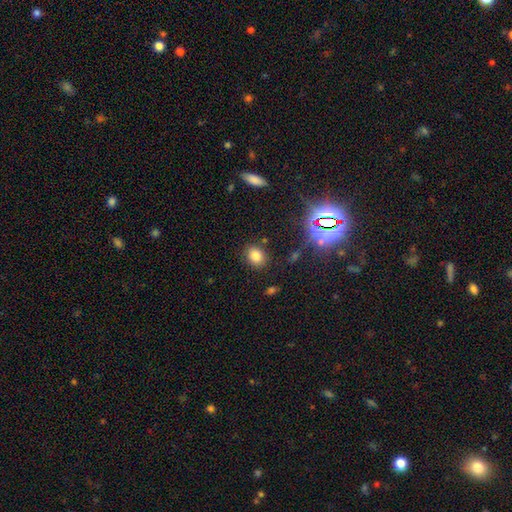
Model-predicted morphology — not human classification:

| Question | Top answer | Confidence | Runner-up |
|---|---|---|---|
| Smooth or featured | smooth | 77% | star or artifact (16%) |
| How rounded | round | 51% | in between (48%) |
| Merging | none | 84% | minor disturbance (10%) |